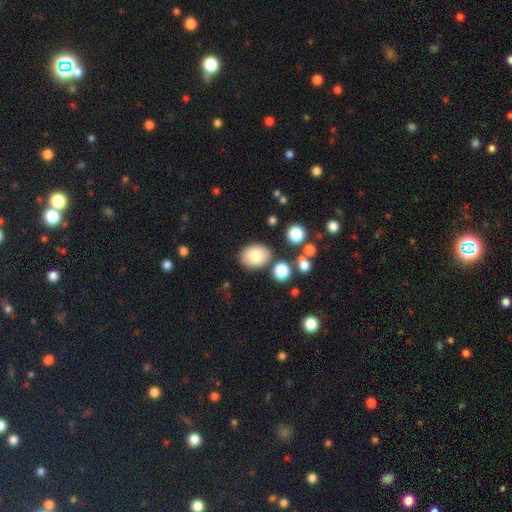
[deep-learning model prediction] Smooth or featured? Predicted: smooth (p=0.80). How rounded? Predicted: in between (p=0.64). Merging? Predicted: none (p=0.79).